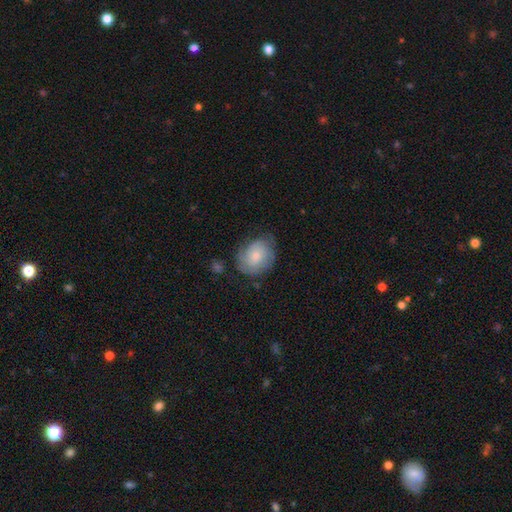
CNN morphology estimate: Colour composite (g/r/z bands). It shows a smooth galaxy with no disk features (59%) that is round (57%). Merging: none (63%).